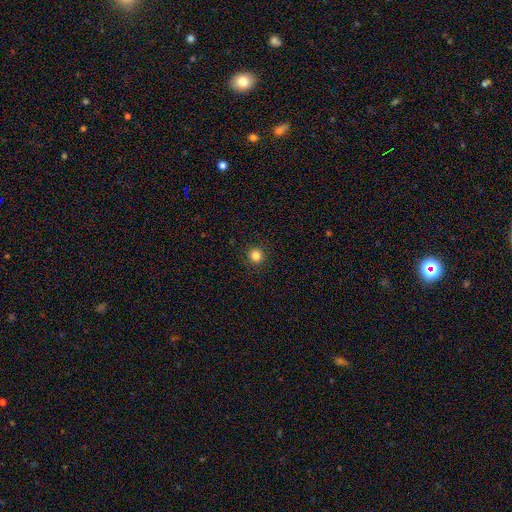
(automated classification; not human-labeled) Smooth or featured?
  - smooth: 84% *
  - star or artifact: 13%
  - featured or disk: 4%
How rounded?
  - round: 94% *
  - in between: 5%
  - cigar-shaped: 1%
Merging?
  - none: 92% *
  - minor disturbance: 5%
  - major disturbance: 2%
  - merger: 1%